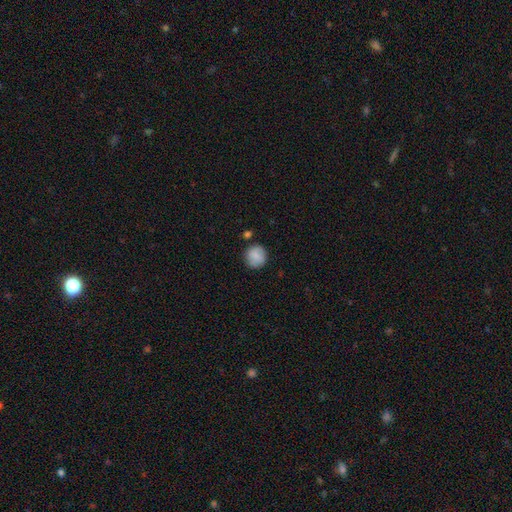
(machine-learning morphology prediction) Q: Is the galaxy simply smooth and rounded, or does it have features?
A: smooth — 81%.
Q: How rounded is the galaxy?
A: round — 91%.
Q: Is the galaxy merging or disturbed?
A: none — 81%.